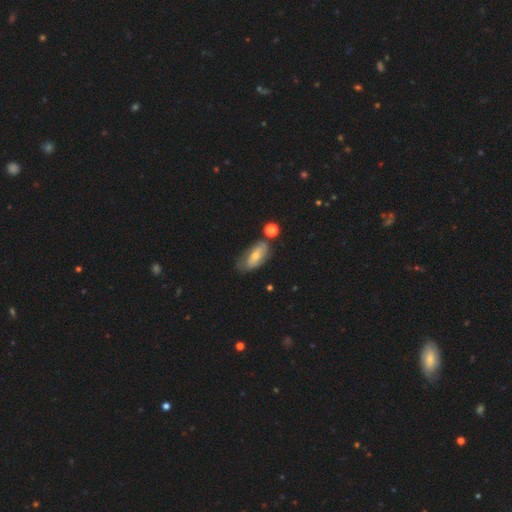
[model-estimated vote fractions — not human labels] Morphology: type=featured or disk (49%); merging=none (55%).